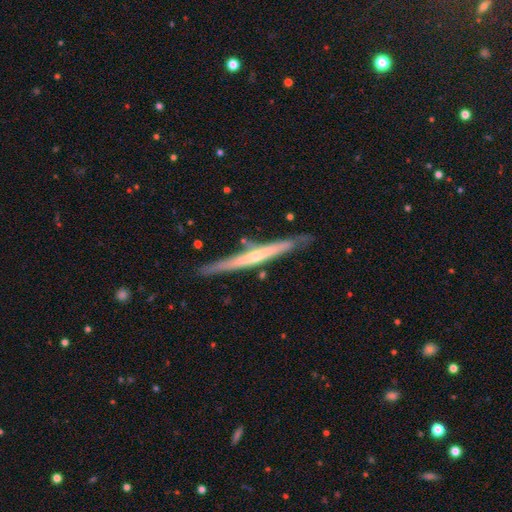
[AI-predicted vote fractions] A featured or disk galaxy (68%) viewed edge-on (96%) with a rounded central bulge (51%).

Vote fractions:
- Smooth or featured? featured or disk: 68% / smooth: 26% / star or artifact: 6%
- Edge-on disk? yes: 96% / no: 4%
- Edge-on bulge? rounded: 51% / none: 45% / boxy: 4%
- Merging? none: 81% / minor disturbance: 13% / merger: 4% / major disturbance: 2%